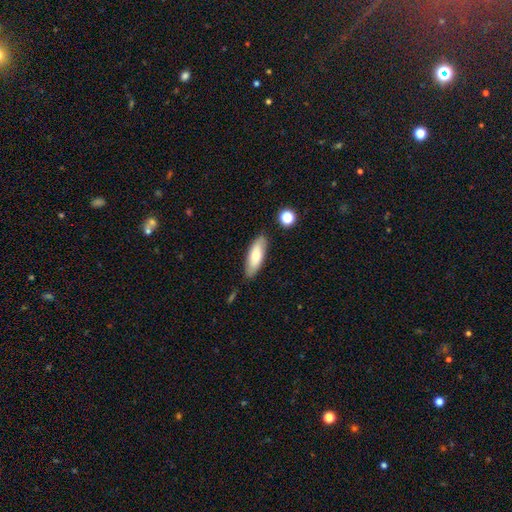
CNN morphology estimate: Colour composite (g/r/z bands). It shows a smooth galaxy with no disk features (69%) that is in between round and cigar-shaped (64%). Merging: none (82%).